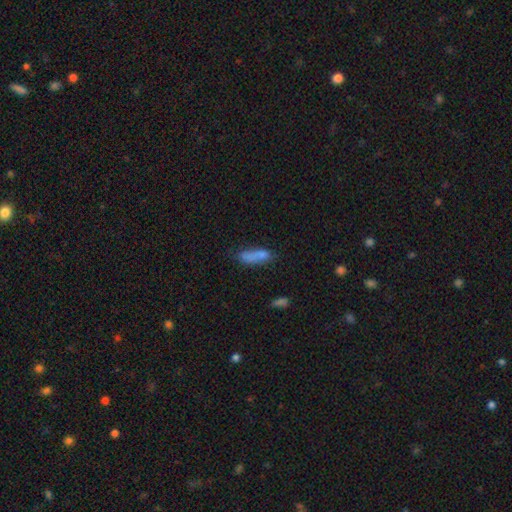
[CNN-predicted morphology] The model was most divided on "how rounded": in between: 53%, cigar-shaped: 44%, round: 3%. Remaining: smooth or featured — smooth (75%); merging — none (44%).